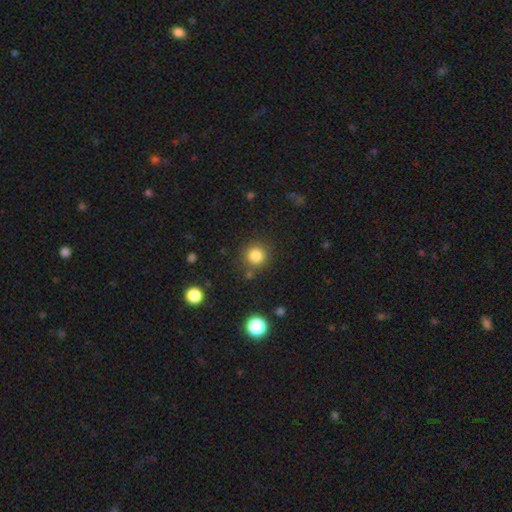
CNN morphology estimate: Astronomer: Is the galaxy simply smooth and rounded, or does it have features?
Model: smooth — 82%.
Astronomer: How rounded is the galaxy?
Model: round — 92%.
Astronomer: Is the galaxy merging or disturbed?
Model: none — 84%.